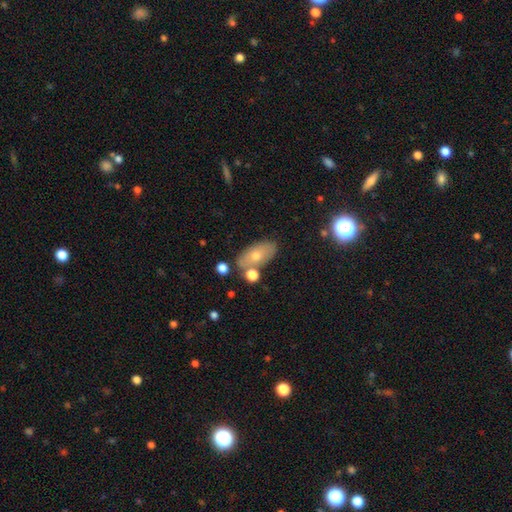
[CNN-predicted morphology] A smooth galaxy with no disk features (62%) that is in between round and cigar-shaped (87%).

Vote fractions:
- Smooth or featured? smooth: 62% / featured or disk: 27% / star or artifact: 11%
- How rounded? in between: 87% / round: 7% / cigar-shaped: 6%
- Merging? none: 72% / minor disturbance: 13% / merger: 11% / major disturbance: 4%